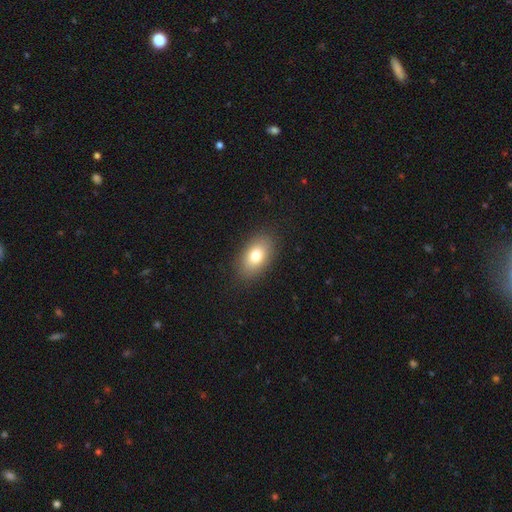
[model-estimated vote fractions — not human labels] This appears to be a smooth galaxy with no disk features (79%) that is in between round and cigar-shaped (89%). Merging: none (87%).